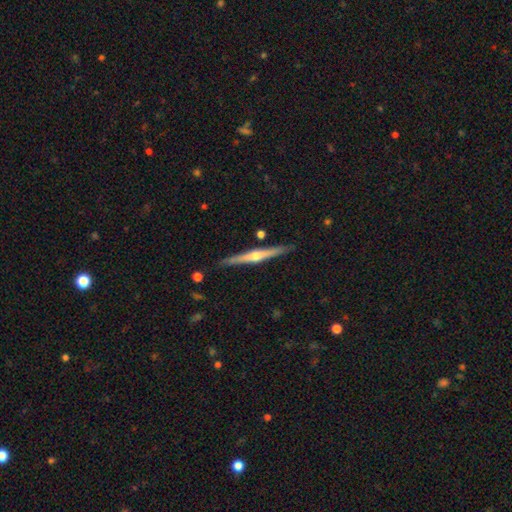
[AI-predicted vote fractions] Smooth or featured? featured or disk (75%)
Edge-on disk? yes (98%)
Edge-on bulge? rounded (88%)
Merging? none (89%)